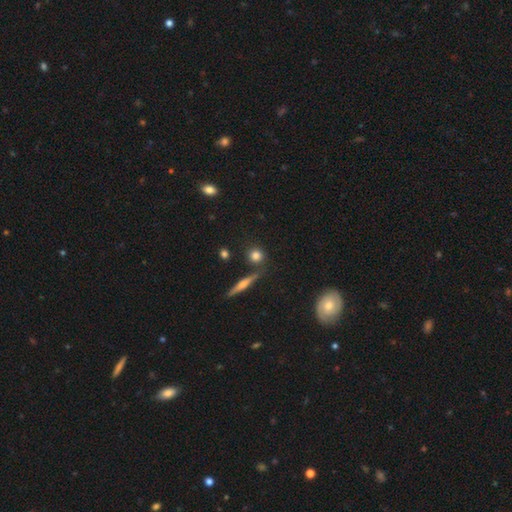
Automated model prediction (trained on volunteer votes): This appears to be a smooth galaxy with no disk features (79%) that is round (84%). Merging: none (77%).